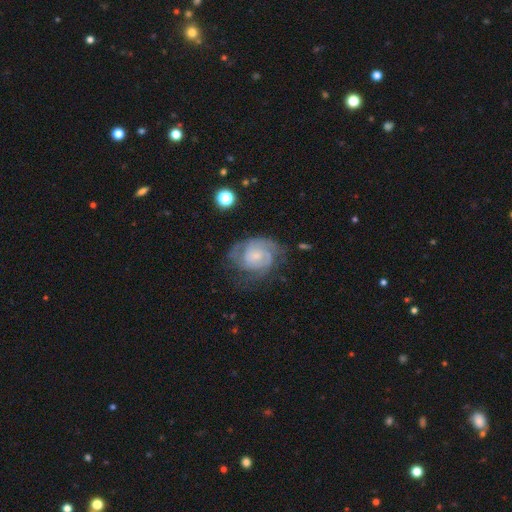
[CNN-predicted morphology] featured or disk 78%, smooth 16%, star or artifact 7%. Down the decision tree: edge-on disk — no (98%); bar — no (69%); spiral arms — yes (91%); spiral arm count — 2 (38%); spiral winding — tight (54%); bulge size — small (68%); merging — none (57%).